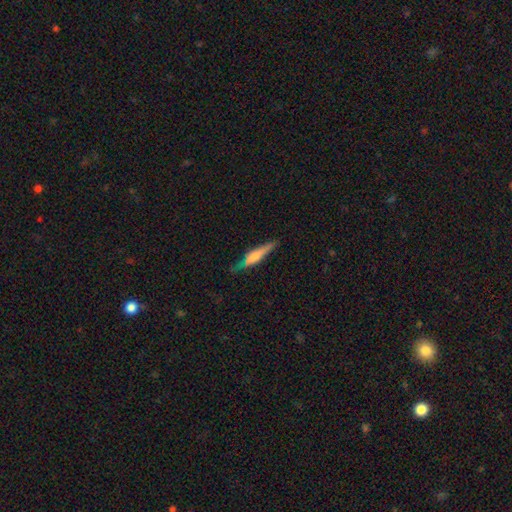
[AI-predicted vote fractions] smooth-or-featured: featured or disk: 58% | smooth: 35% | star or artifact: 7%
  disk-edge-on: yes: 95% | no: 5%
    edge-on-bulge: rounded: 57% | boxy: 30% | none: 13%
  merging: none: 76% | minor disturbance: 18% | major disturbance: 4% | merger: 2%